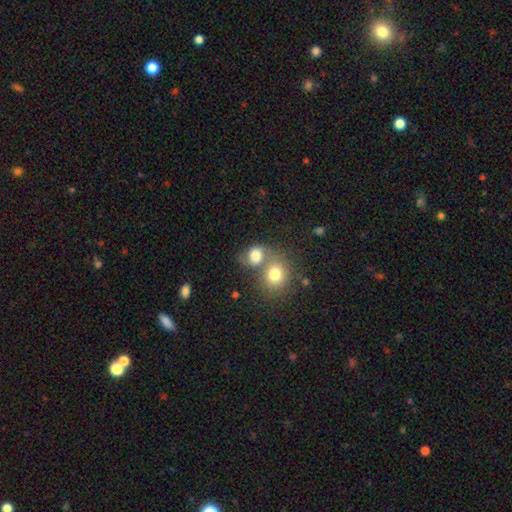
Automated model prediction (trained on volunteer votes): Smooth or featured? smooth (67%)
How rounded? round (63%)
Merging? merger (52%)